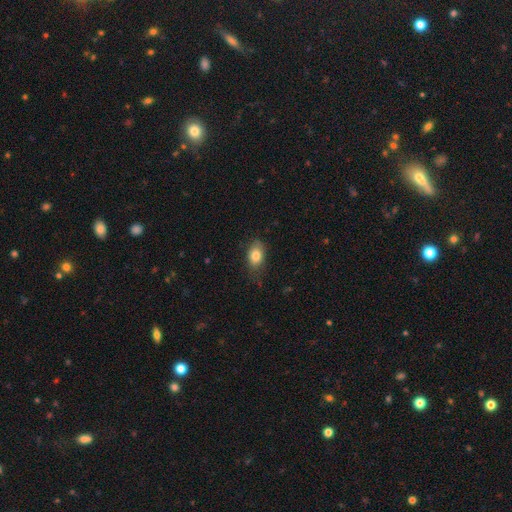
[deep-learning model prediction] Smooth or featured? smooth (81%)
How rounded? in between (86%)
Merging? none (71%)